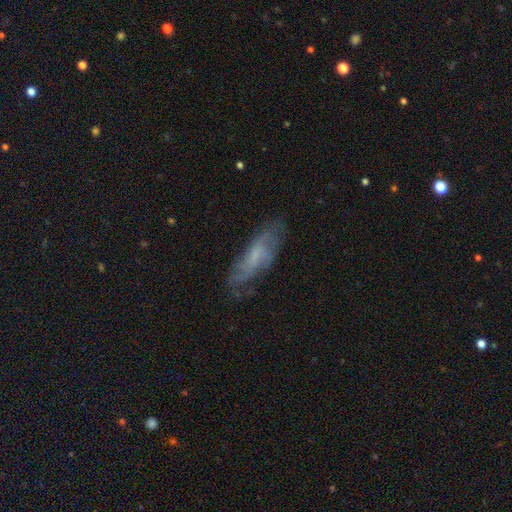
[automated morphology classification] Smooth or featured? featured or disk (50%)
Edge-on disk? no (74%)
Merging? none (65%)